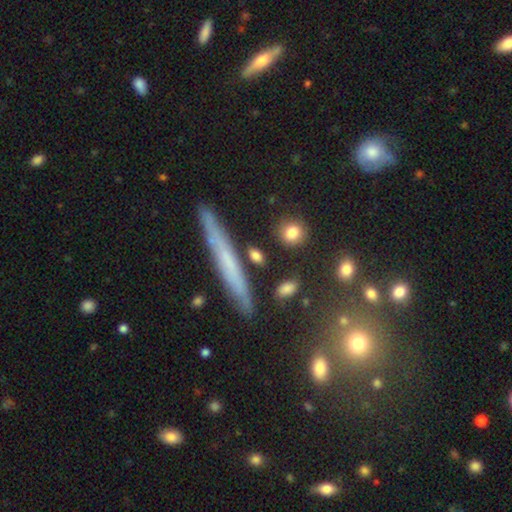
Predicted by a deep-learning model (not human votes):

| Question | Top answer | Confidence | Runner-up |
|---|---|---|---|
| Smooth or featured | smooth | 71% | featured or disk (20%) |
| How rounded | cigar-shaped | 39% | in between (36%) |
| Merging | none | 82% | minor disturbance (11%) |